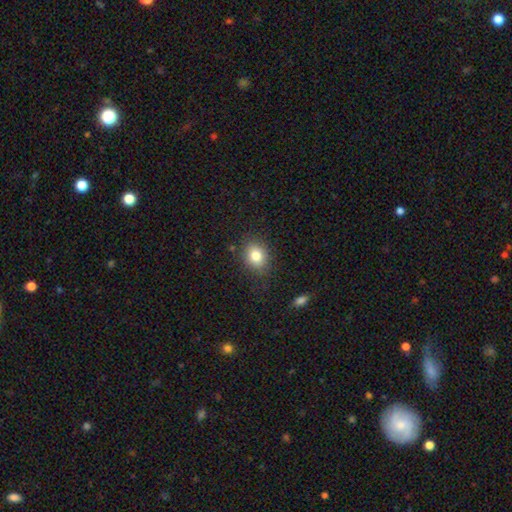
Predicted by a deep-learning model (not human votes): Smooth or featured? smooth (81%)
How rounded? in between (51%)
Merging? none (84%)